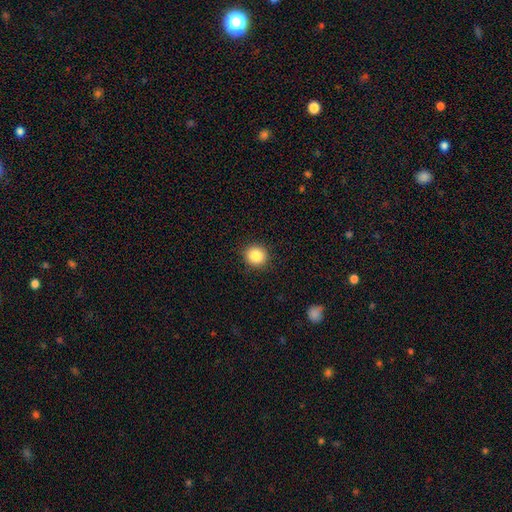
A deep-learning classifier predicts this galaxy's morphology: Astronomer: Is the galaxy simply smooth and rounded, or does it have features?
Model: smooth — 86%.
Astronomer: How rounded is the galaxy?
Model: round — 89%.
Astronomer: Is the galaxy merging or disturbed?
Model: none — 91%.